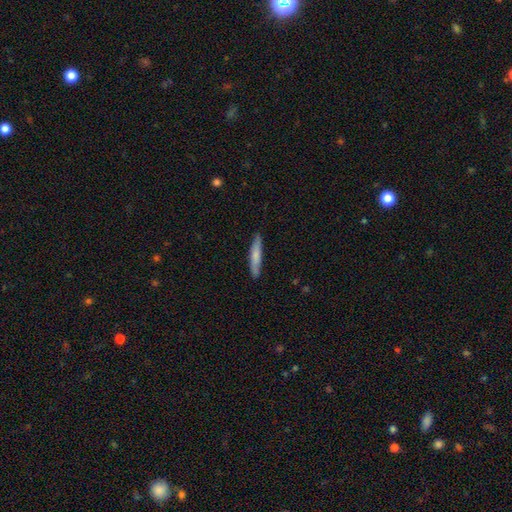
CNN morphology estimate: Smooth or featured? Predicted: smooth (p=0.71). How rounded? Predicted: cigar-shaped (p=0.90). Merging? Predicted: none (p=0.87).